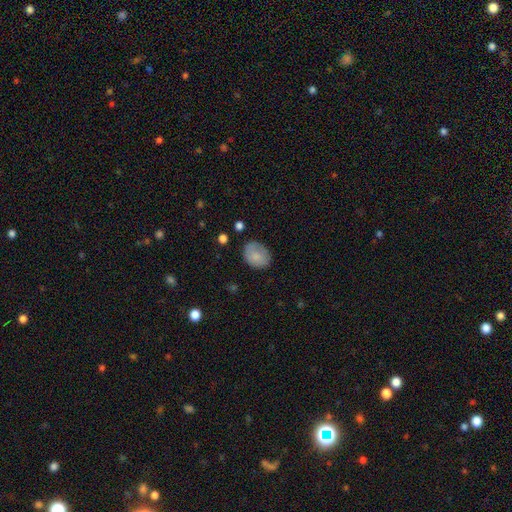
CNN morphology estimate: The model was most divided on "how rounded": in between: 63%, round: 36%, cigar-shaped: 1%. More confident: smooth or featured — smooth (81%); merging — none (71%).